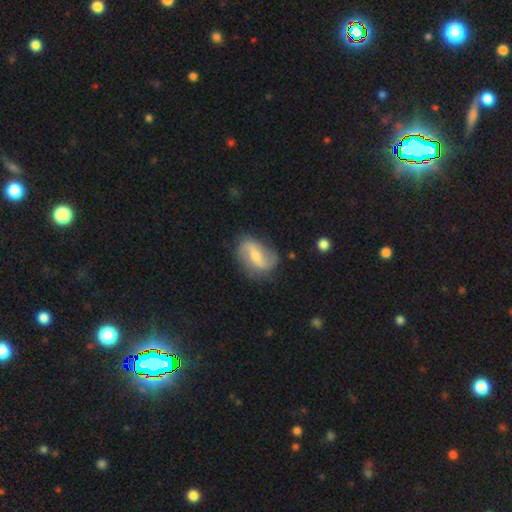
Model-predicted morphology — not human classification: Smooth or featured: featured or disk — 71% (smooth — 23%)
Edge-on disk: no — 95% (yes — 5%)
Bar: weak — 42% (strong — 35%)
Spiral arms: yes — 89% (no — 11%)
Spiral winding: loose — 66% (medium — 25%)
Spiral arm count: 2 — 88% (can't tell — 5%)
Bulge size: small — 49% (moderate — 40%)
Merging: none — 72% (minor disturbance — 19%)